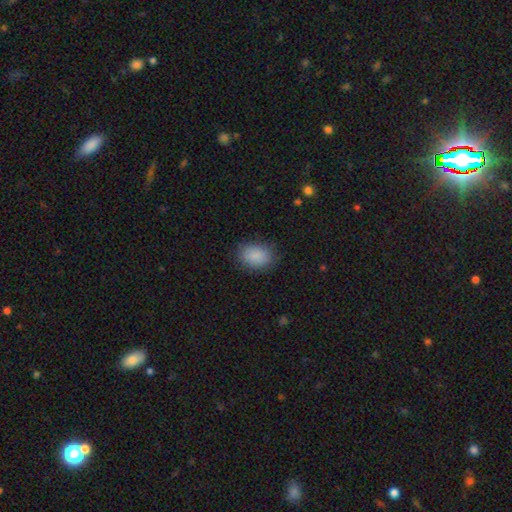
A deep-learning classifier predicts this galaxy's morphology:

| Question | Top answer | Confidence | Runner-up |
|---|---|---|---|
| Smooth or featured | smooth | 88% | star or artifact (8%) |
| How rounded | in between | 74% | round (25%) |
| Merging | none | 83% | minor disturbance (13%) |